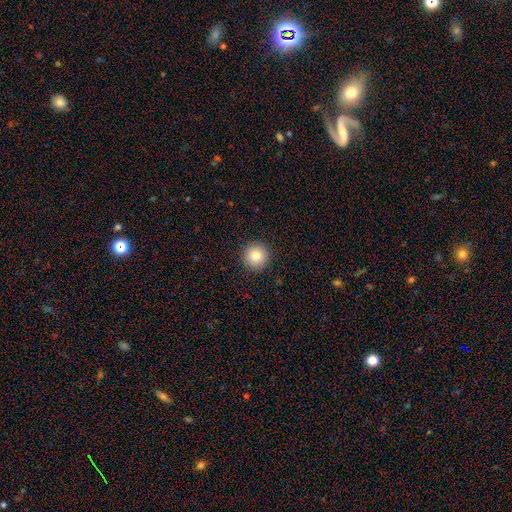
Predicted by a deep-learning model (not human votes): Q: Smooth or featured?
A: smooth (85%); runner-up: star or artifact (9%)
Q: How rounded?
A: round (96%); runner-up: in between (3%)
Q: Merging?
A: none (93%); runner-up: minor disturbance (5%)